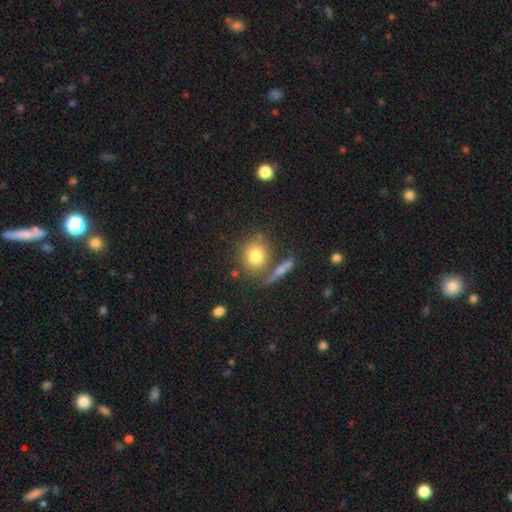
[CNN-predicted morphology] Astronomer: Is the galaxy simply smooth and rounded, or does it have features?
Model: smooth — 77%.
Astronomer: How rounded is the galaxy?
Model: round — 73%.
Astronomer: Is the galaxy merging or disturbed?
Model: none — 68%.